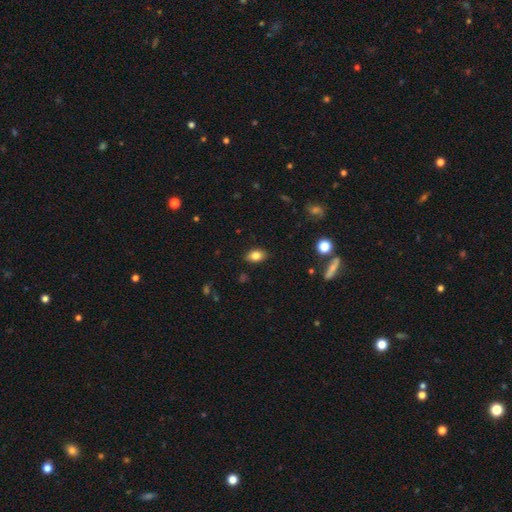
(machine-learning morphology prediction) The model was most divided on "smooth or featured": smooth: 82%, star or artifact: 10%, featured or disk: 9%. More confident: merging — none (87%); how rounded — in between (86%).